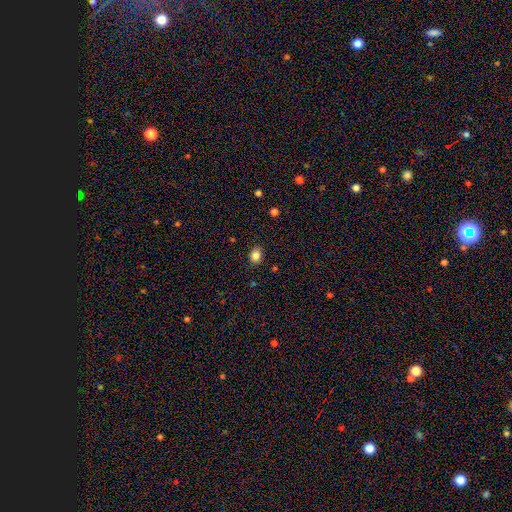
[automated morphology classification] Overall: smooth (85%). How rounded: in between (58%; round 41%). Merging: none (87%).